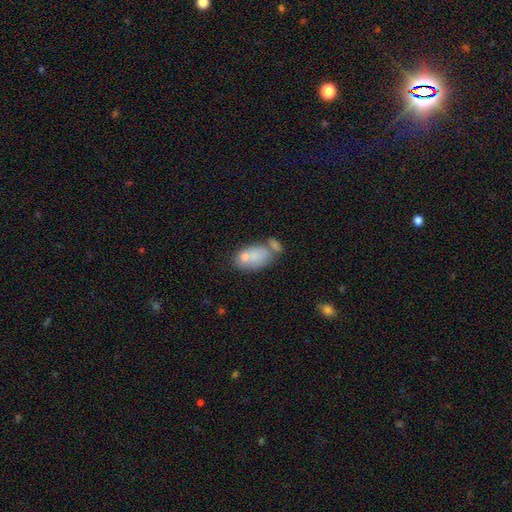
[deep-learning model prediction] This appears to be a smooth galaxy with no disk features (73%) that is in between round and cigar-shaped (90%). Merging: merger (39%).